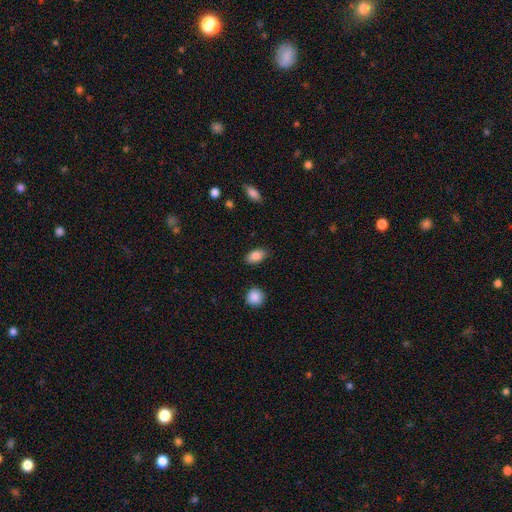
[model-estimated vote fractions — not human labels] Morphology: type=smooth (85%); roundness=in between (90%); merging=none (86%).